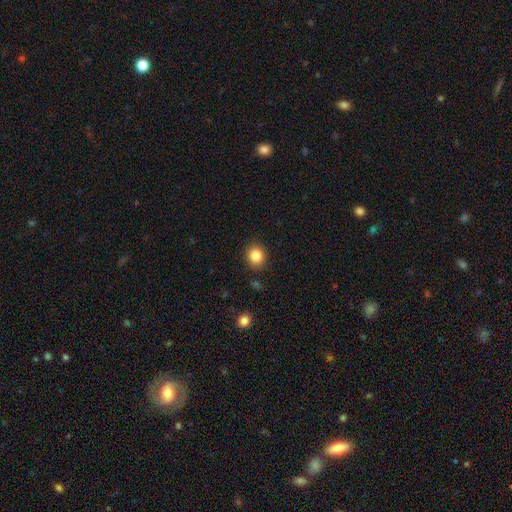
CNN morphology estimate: Q: Smooth or featured?
A: smooth (85%); runner-up: star or artifact (10%)
Q: How rounded?
A: round (77%); runner-up: in between (22%)
Q: Merging?
A: none (88%); runner-up: minor disturbance (8%)